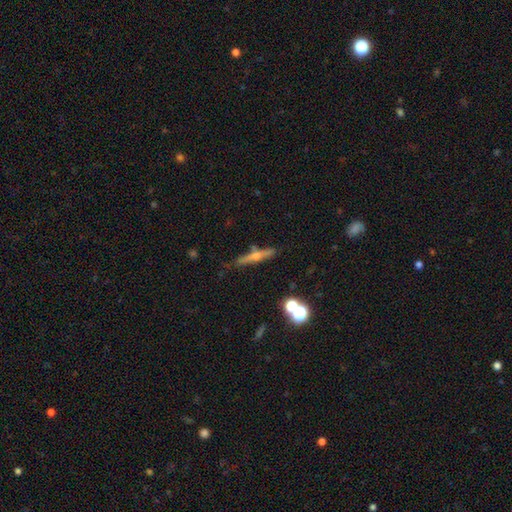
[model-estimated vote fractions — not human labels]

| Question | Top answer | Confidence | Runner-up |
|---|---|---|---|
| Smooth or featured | featured or disk | 64% | smooth (26%) |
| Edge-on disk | yes | 95% | no (5%) |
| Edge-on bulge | rounded | 87% | none (9%) |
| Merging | none | 82% | minor disturbance (11%) |